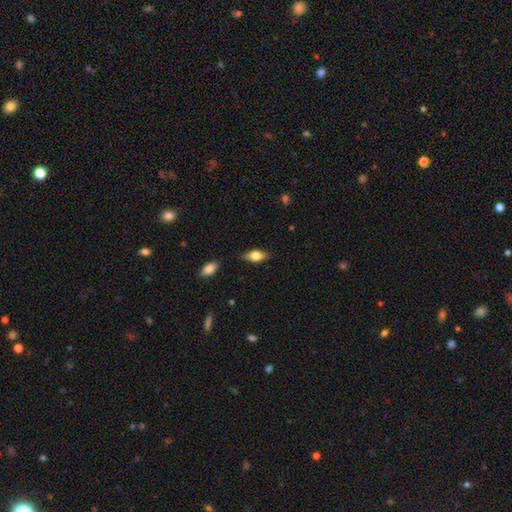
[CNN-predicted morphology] Smooth or featured: smooth — 59% (featured or disk — 33%)
How rounded: in between — 79% (cigar-shaped — 16%)
Merging: none — 83% (minor disturbance — 13%)